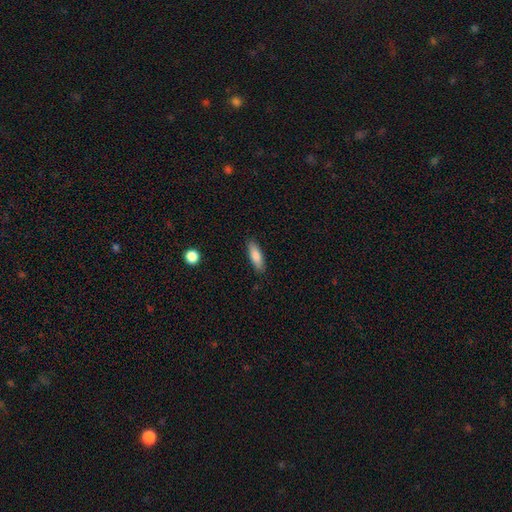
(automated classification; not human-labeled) smooth-or-featured: smooth: 82% | featured or disk: 11% | star or artifact: 6%
  how-rounded: in between: 53% | cigar-shaped: 45% | round: 2%
  merging: none: 88% | minor disturbance: 9% | major disturbance: 2% | merger: 1%